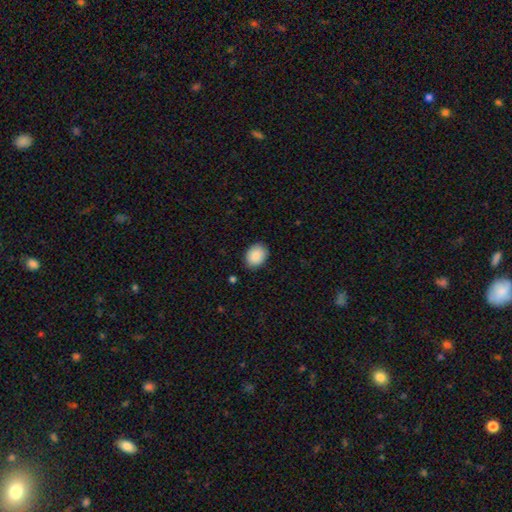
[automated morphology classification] A smooth galaxy with no disk features (89%) that is in between round and cigar-shaped (63%).

Vote fractions:
- Smooth or featured? smooth: 89% / star or artifact: 7% / featured or disk: 4%
- How rounded? in between: 63% / round: 36% / cigar-shaped: 1%
- Merging? none: 87% / minor disturbance: 10% / major disturbance: 2% / merger: 1%